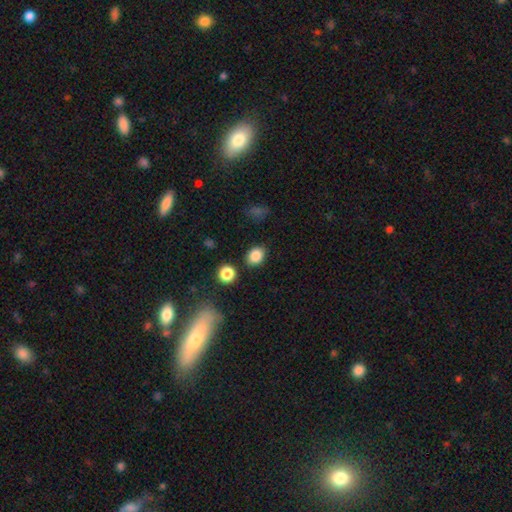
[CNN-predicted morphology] Smooth or featured?
  - smooth: 85% *
  - star or artifact: 10%
  - featured or disk: 5%
How rounded?
  - in between: 58% *
  - round: 41%
  - cigar-shaped: 1%
Merging?
  - none: 83% *
  - minor disturbance: 10%
  - merger: 4%
  - major disturbance: 3%